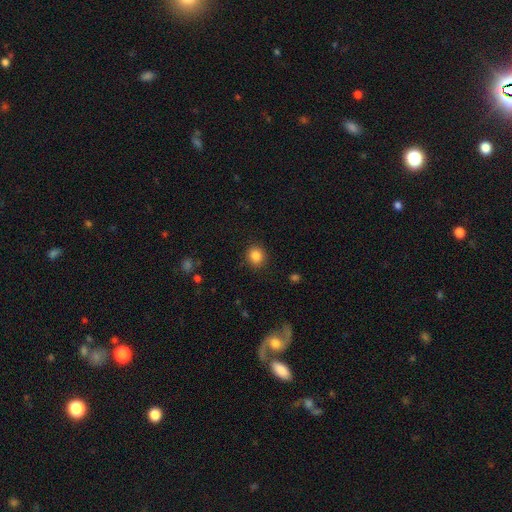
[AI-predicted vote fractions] This is clearly a smooth galaxy (86%). How rounded: likely round (80%). Merging: clearly none (89%).